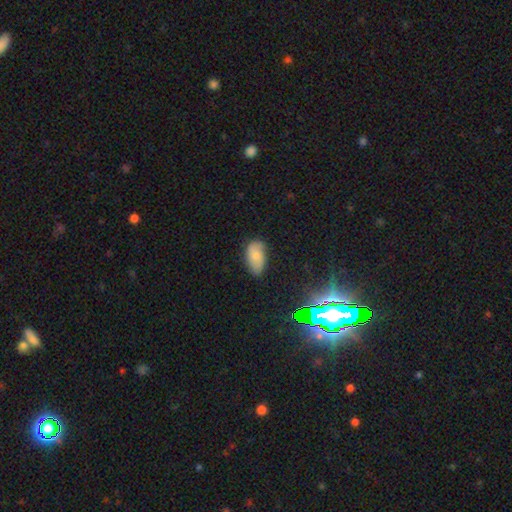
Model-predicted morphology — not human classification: This is possibly a smooth galaxy (56%). How rounded: clearly in between (92%). Merging: likely none (66%).